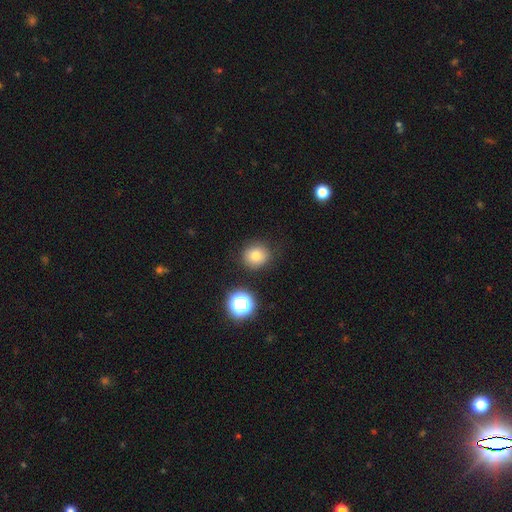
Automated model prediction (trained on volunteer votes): smooth_or_featured: smooth (p=0.78) [alt: star or artifact p=0.14]
how_rounded: round (p=0.87) [alt: in between p=0.12]
merging: none (p=0.86) [alt: minor disturbance p=0.09]